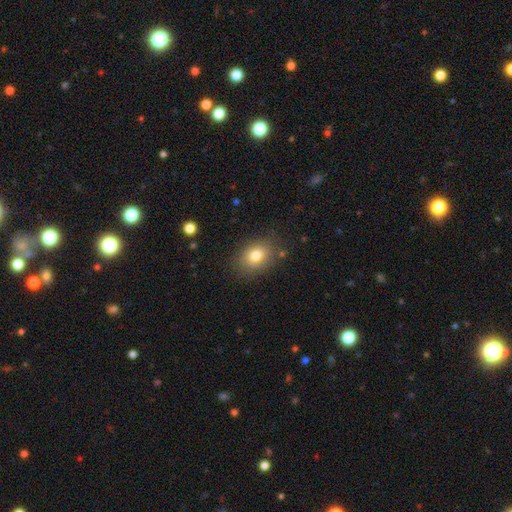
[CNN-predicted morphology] Smooth or featured? Predicted: smooth (p=0.79). How rounded? Predicted: in between (p=0.63). Merging? Predicted: none (p=0.82).